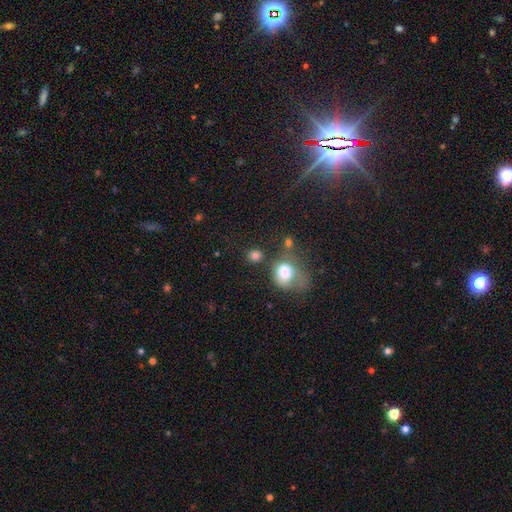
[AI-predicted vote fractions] Overall: smooth (67%). How rounded: round (67%; in between 32%). Merging: none (44%; minor disturbance 21%).